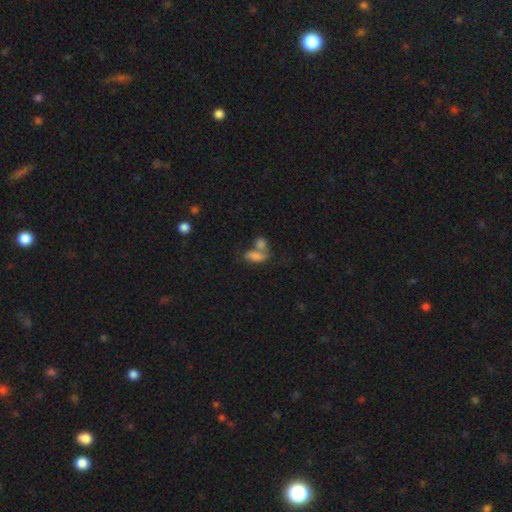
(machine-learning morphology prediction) A smooth galaxy with no disk features (76%) that is in between round and cigar-shaped (83%). Merging: merger (57%).